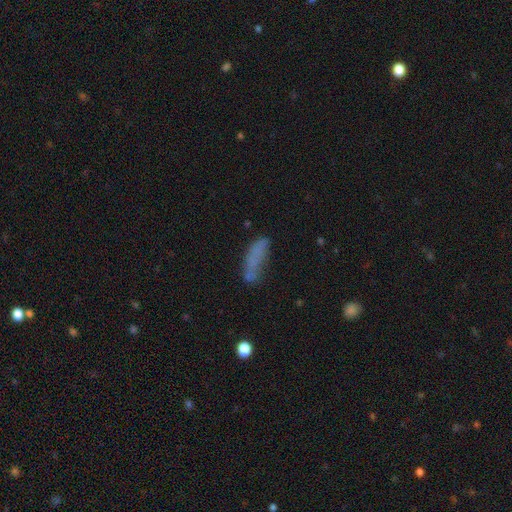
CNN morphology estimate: type=smooth (67%); roundness=in between (52%); merging=none (43%).